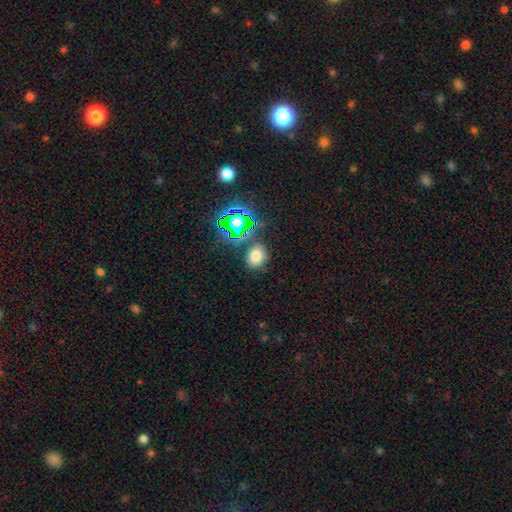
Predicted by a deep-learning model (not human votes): This appears to be a smooth galaxy with no disk features (68%) that is in between round and cigar-shaped (54%). Merging: none (80%).